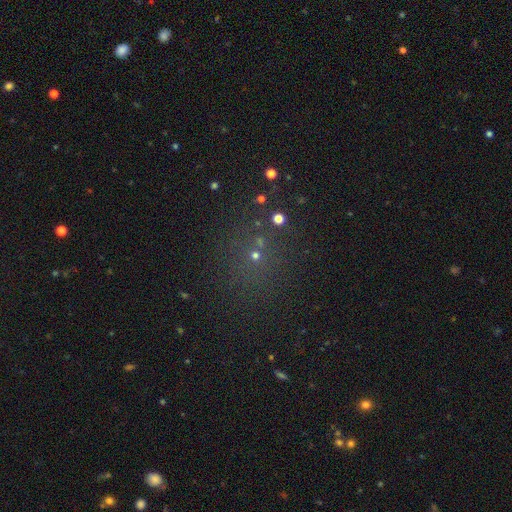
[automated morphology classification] Q: Smooth or featured?
A: star or artifact (45%); runner-up: smooth (42%)